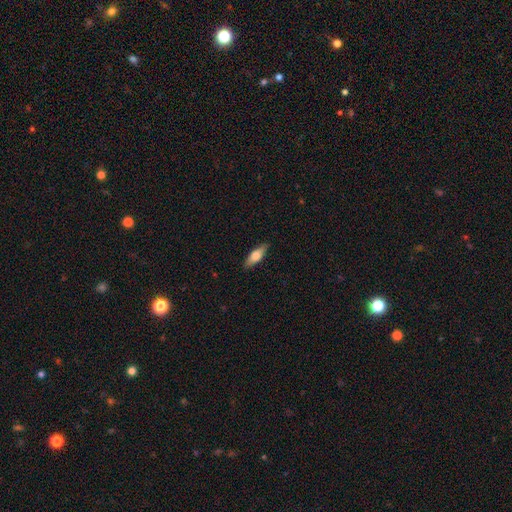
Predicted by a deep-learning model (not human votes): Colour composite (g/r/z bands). It shows a smooth galaxy with no disk features (62%) that is in between round and cigar-shaped (54%). Merging: none (89%).